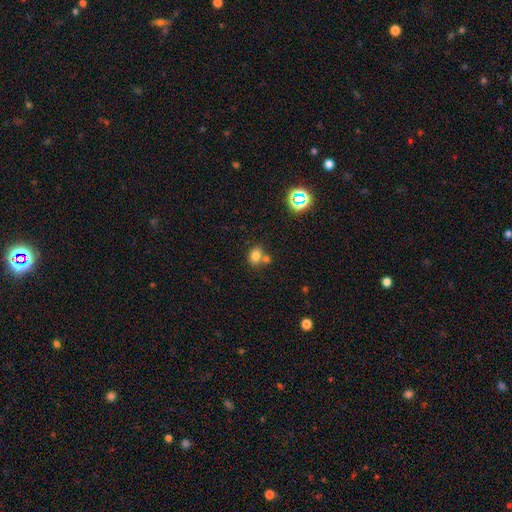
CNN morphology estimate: This is likely a smooth galaxy (77%). How rounded: possibly in between (53%). Merging: possibly none (54%).